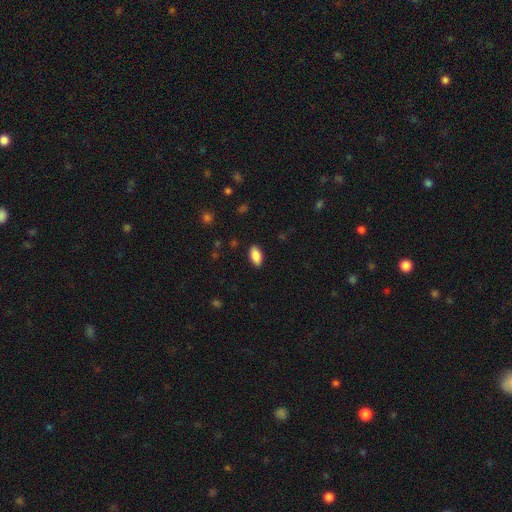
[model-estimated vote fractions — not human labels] Smooth or featured? smooth (88%)
How rounded? in between (92%)
Merging? none (88%)